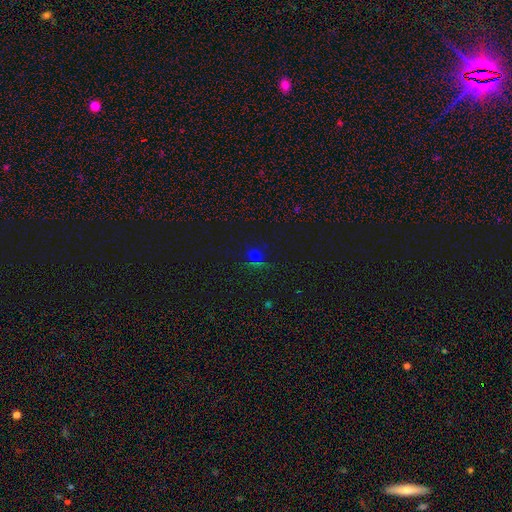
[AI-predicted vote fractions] A star or artifact, not a galaxy (52%).

Vote fractions:
- Smooth or featured? star or artifact: 52% / smooth: 39% / featured or disk: 8%